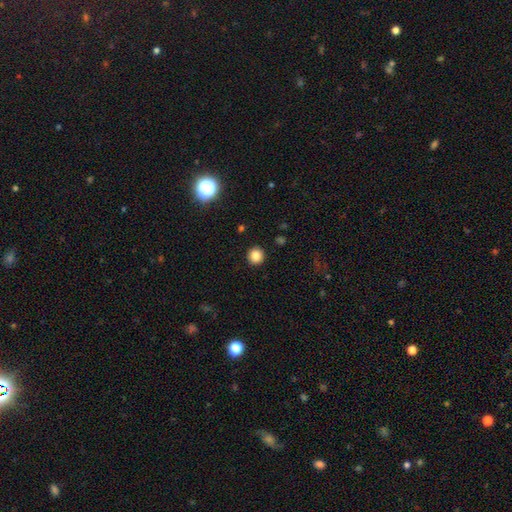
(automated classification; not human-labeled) A smooth galaxy with no disk features (84%) that is round (94%).

Vote fractions:
- Smooth or featured? smooth: 84% / star or artifact: 11% / featured or disk: 5%
- How rounded? round: 94% / in between: 5% / cigar-shaped: 1%
- Merging? none: 93% / minor disturbance: 5% / major disturbance: 2% / merger: 1%